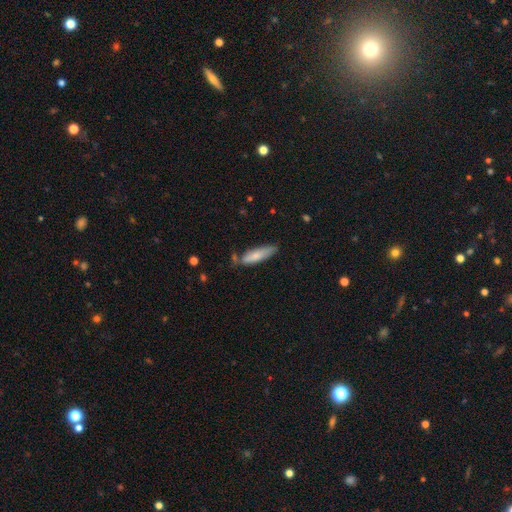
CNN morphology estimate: Smooth or featured? Predicted: smooth (p=0.77). How rounded? Predicted: cigar-shaped (p=0.65). Merging? Predicted: none (p=0.65).